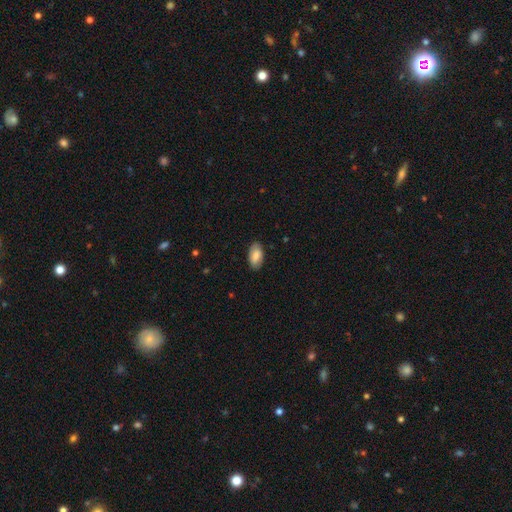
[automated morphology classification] smooth-or-featured: smooth: 80% | featured or disk: 14% | star or artifact: 6%
  how-rounded: in between: 94% | round: 3% | cigar-shaped: 3%
  merging: none: 86% | minor disturbance: 11% | major disturbance: 2% | merger: 1%